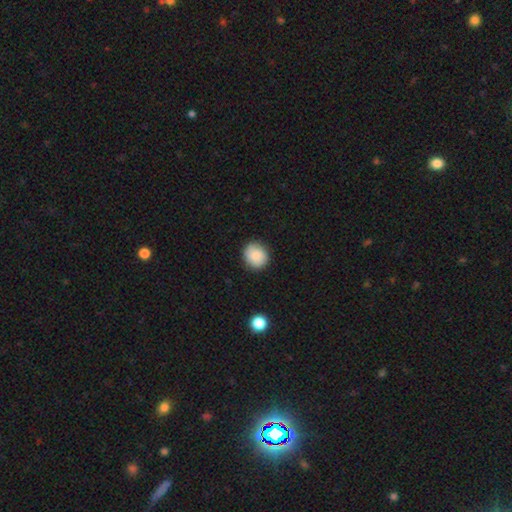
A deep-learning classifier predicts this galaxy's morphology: Smooth or featured: smooth — 84% (star or artifact — 8%)
How rounded: round — 81% (in between — 18%)
Merging: none — 86% (minor disturbance — 11%)